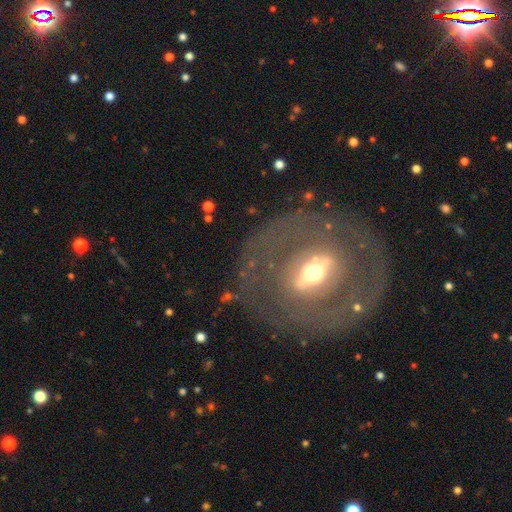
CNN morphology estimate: This appears to be a featured or disk galaxy (68%) with a weak bar (38%), no spiral arms (63%) and a moderate central bulge (57%). Merging: none (78%).